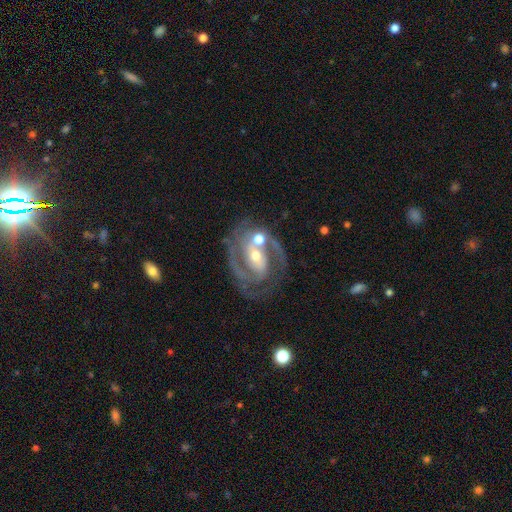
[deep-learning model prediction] smooth_or_featured: featured or disk (p=0.87) [alt: smooth p=0.07]
disk_edge_on: no (p=0.96) [alt: yes p=0.04]
bar: strong (p=0.35) [alt: weak p=0.34]
has_spiral_arms: yes (p=0.92) [alt: no p=0.08]
spiral_winding: tight (p=0.49) [alt: medium p=0.41]
spiral_arm_count: 2 (p=0.74) [alt: can't tell p=0.10]
bulge_size: moderate (p=0.50) [alt: small p=0.44]
merging: none (p=0.57) [alt: merger p=0.17]